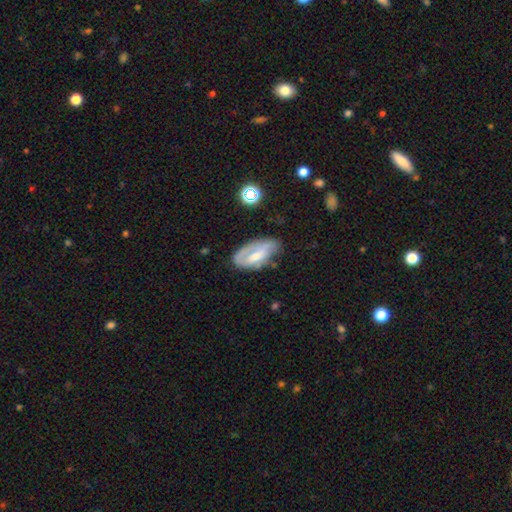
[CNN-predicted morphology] smooth_or_featured: featured or disk (p=0.49) [alt: smooth p=0.43]
merging: none (p=0.46) [alt: minor disturbance p=0.33]